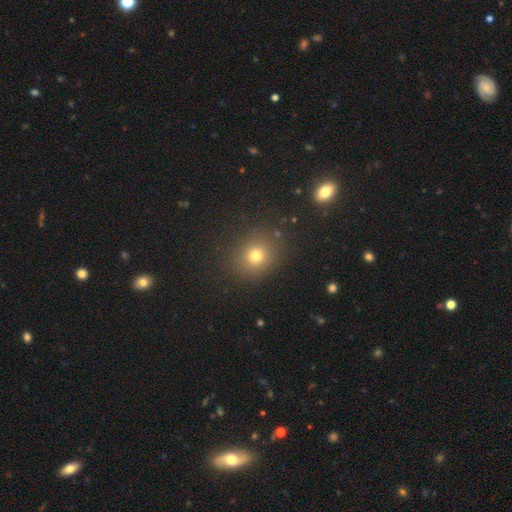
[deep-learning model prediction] This is likely a smooth galaxy (74%). How rounded: likely round (78%). Merging: clearly none (86%).